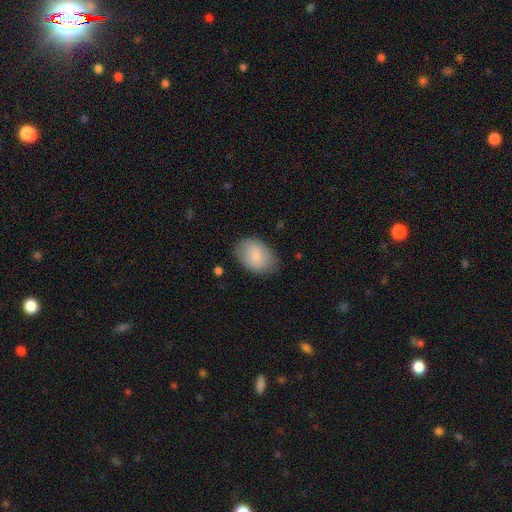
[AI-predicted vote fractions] Smooth or featured: smooth — 77% (featured or disk — 17%)
How rounded: in between — 82% (round — 17%)
Merging: none — 73% (minor disturbance — 21%)